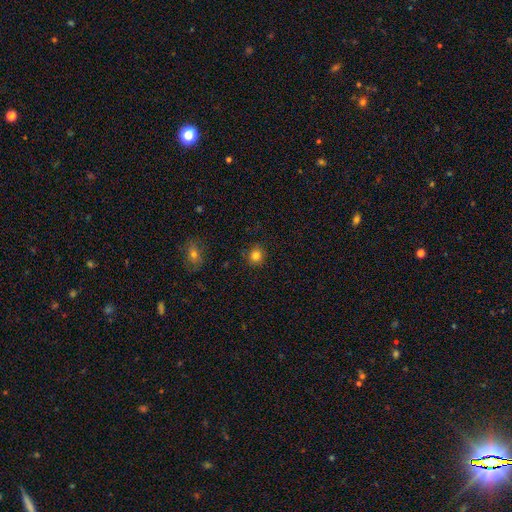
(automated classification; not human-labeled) smooth 82%, star or artifact 13%, featured or disk 5%. Down the decision tree: how rounded — round (87%); merging — none (86%).